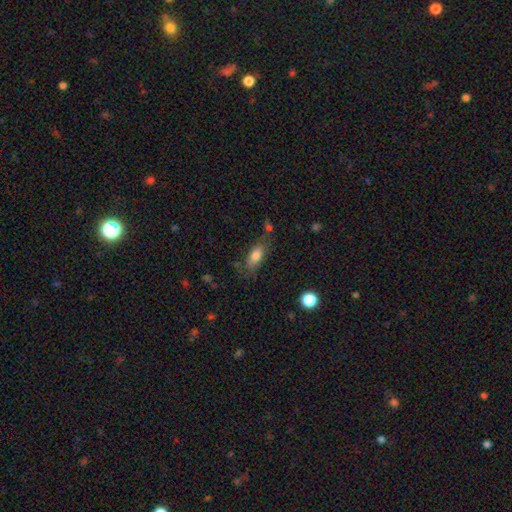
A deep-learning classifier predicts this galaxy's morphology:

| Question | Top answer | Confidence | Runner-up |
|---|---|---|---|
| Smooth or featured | smooth | 76% | featured or disk (16%) |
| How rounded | in between | 79% | cigar-shaped (17%) |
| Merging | none | 65% | minor disturbance (21%) |